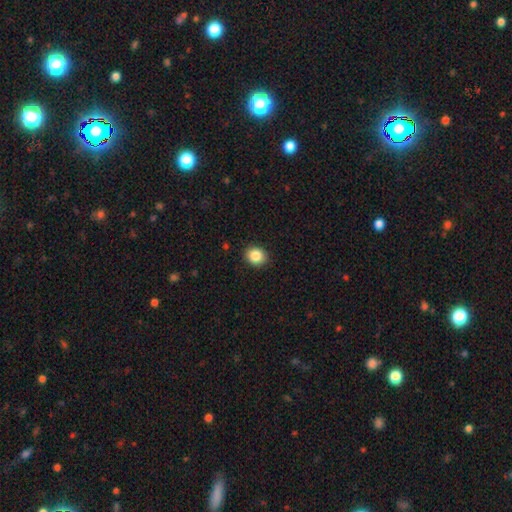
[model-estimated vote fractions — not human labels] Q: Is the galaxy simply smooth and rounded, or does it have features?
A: smooth — 87%.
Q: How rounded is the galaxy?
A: round — 72%.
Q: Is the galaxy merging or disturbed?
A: none — 91%.